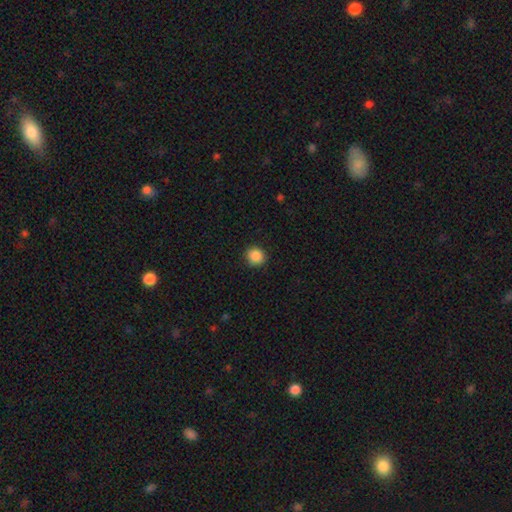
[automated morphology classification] smooth 88%, star or artifact 10%, featured or disk 3%. Down the decision tree: how rounded — round (89%); merging — none (90%).